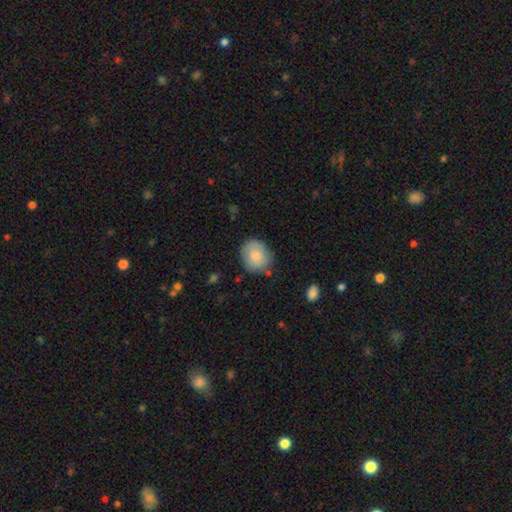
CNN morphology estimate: Smooth or featured? smooth (79%)
How rounded? round (69%)
Merging? none (75%)